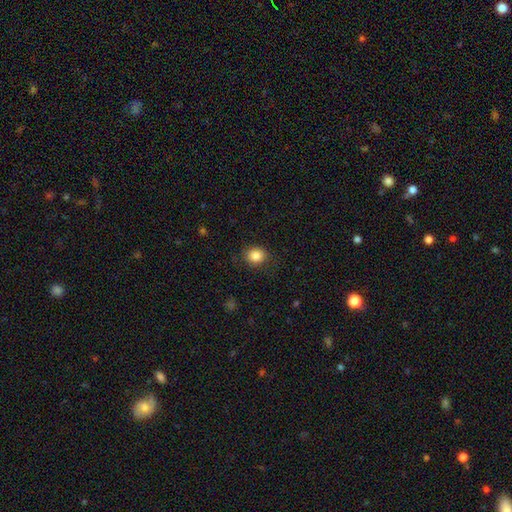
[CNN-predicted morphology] Smooth or featured? smooth (85%)
How rounded? round (75%)
Merging? none (85%)